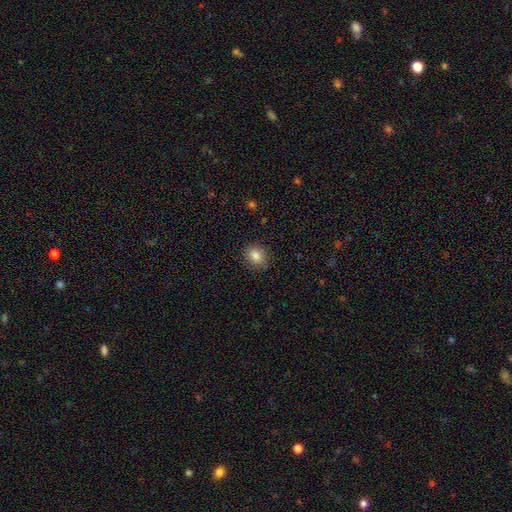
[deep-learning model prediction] A smooth galaxy with no disk features (83%) that is round (59%).

Vote fractions:
- Smooth or featured? smooth: 83% / star or artifact: 10% / featured or disk: 7%
- How rounded? round: 59% / in between: 40% / cigar-shaped: 1%
- Merging? none: 87% / minor disturbance: 10% / major disturbance: 2% / merger: 1%